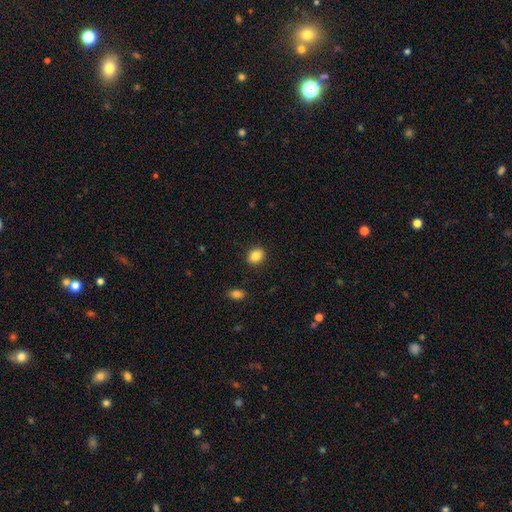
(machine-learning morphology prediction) The model was most divided on "how rounded": in between: 58%, round: 41%, cigar-shaped: 1%. More confident: merging — none (89%); smooth or featured — smooth (86%).